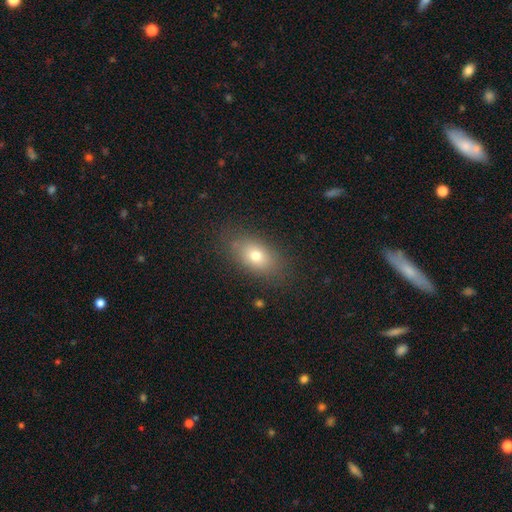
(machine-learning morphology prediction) smooth-or-featured: smooth: 73% | featured or disk: 15% | star or artifact: 11%
  how-rounded: in between: 81% | round: 16% | cigar-shaped: 3%
  merging: none: 82% | minor disturbance: 12% | major disturbance: 5% | merger: 1%